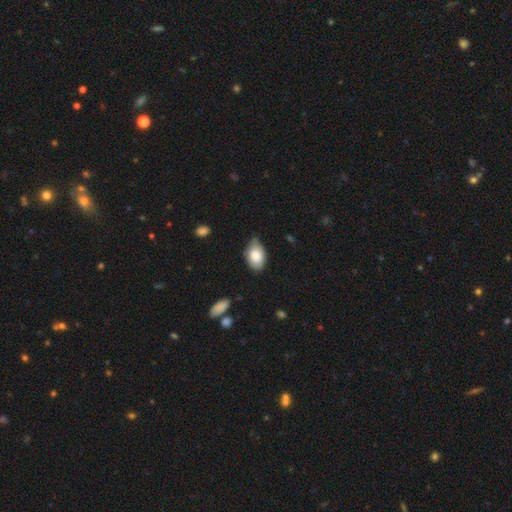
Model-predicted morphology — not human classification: smooth-or-featured: smooth: 82% | featured or disk: 12% | star or artifact: 6%
  how-rounded: in between: 91% | round: 7% | cigar-shaped: 2%
  merging: none: 56% | minor disturbance: 36% | major disturbance: 6% | merger: 2%